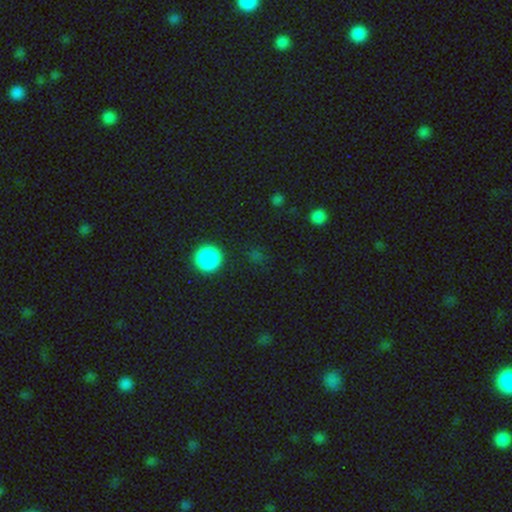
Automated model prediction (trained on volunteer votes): Q: Smooth or featured?
A: smooth (76%); runner-up: star or artifact (20%)
Q: How rounded?
A: round (92%); runner-up: in between (7%)
Q: Merging?
A: none (90%); runner-up: minor disturbance (6%)